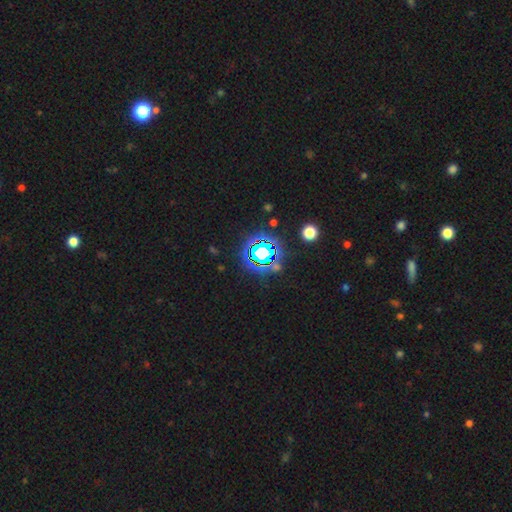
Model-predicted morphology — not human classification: Smooth or featured? Predicted: star or artifact (p=0.75).